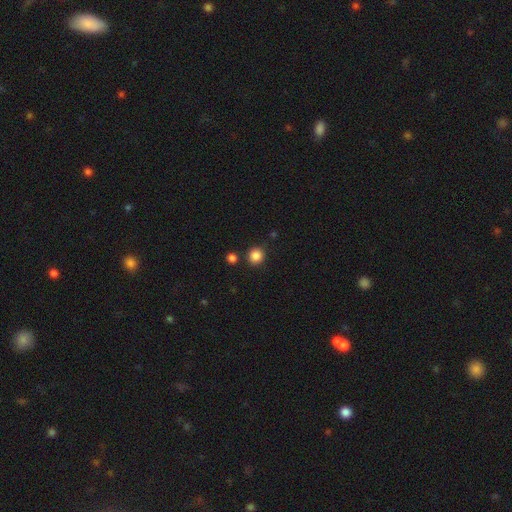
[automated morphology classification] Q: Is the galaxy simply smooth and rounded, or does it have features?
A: smooth — 86%.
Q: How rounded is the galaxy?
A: round — 92%.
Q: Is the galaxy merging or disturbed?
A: none — 86%.